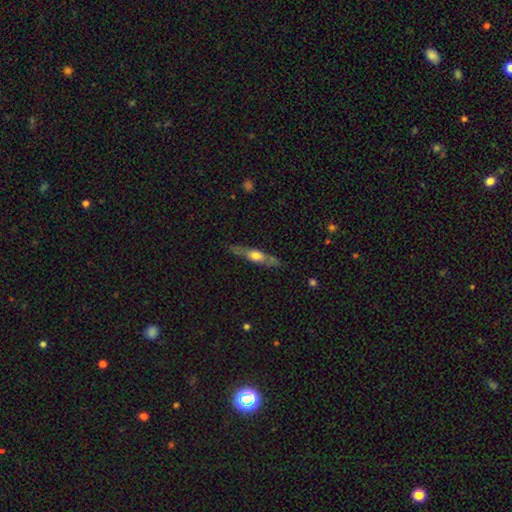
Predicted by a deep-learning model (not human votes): smooth_or_featured: featured or disk (p=0.59) [alt: smooth p=0.36]
disk_edge_on: yes (p=0.88) [alt: no p=0.12]
edge_on_bulge: rounded (p=0.87) [alt: boxy p=0.07]
merging: none (p=0.81) [alt: minor disturbance p=0.13]